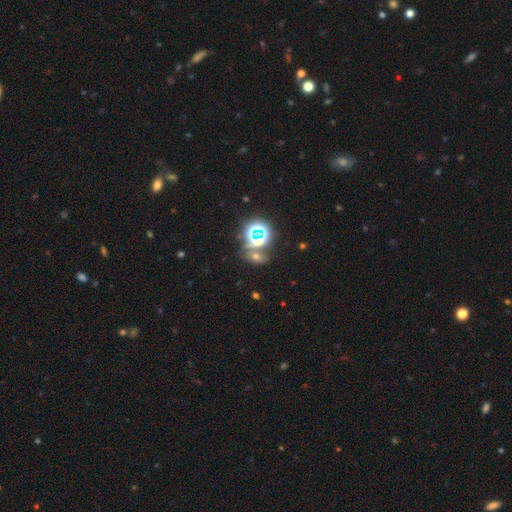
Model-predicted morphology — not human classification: type=star or artifact (51%).